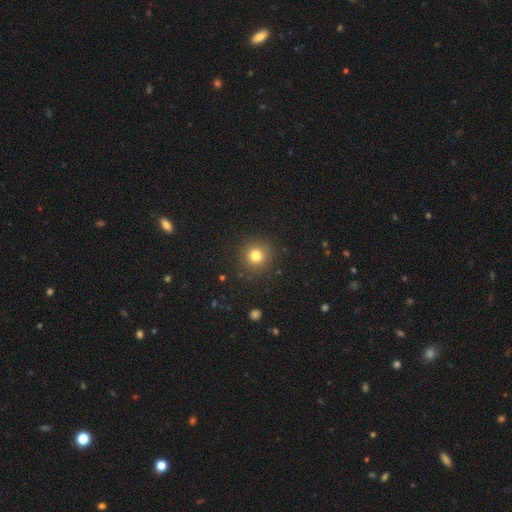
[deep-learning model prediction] Smooth or featured? smooth (79%)
How rounded? round (93%)
Merging? none (89%)